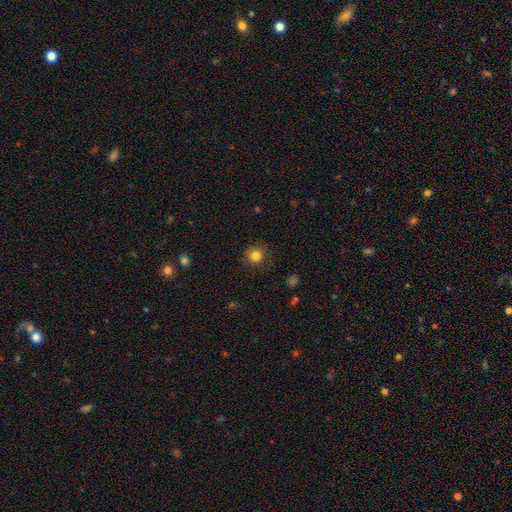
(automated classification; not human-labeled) The model was most divided on "smooth or featured": smooth: 82%, star or artifact: 12%, featured or disk: 6%. More confident: how rounded — round (92%); merging — none (83%).